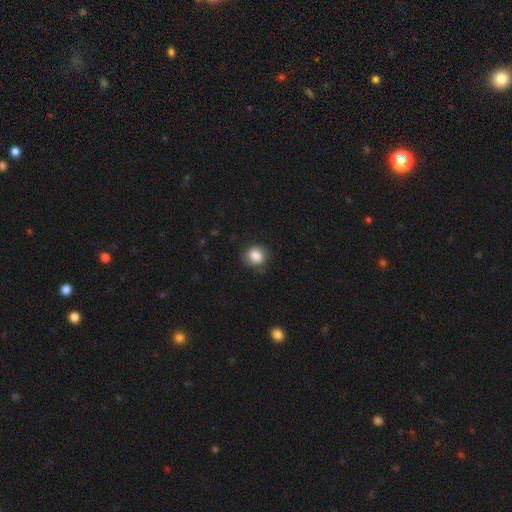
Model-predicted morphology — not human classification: This is clearly a smooth galaxy (85%). How rounded: likely round (70%). Merging: likely none (75%).